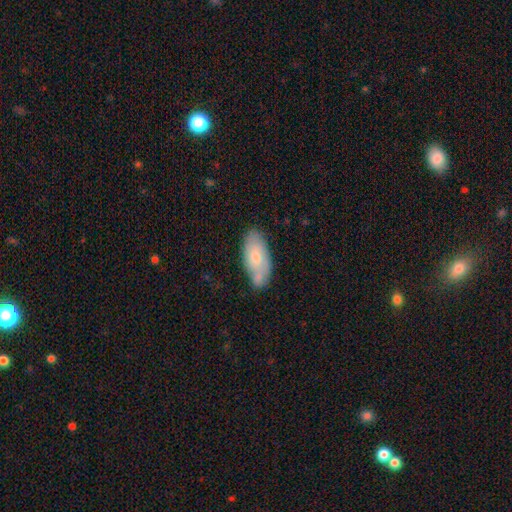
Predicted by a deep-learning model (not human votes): Overall: smooth (63%; featured or disk 31%). How rounded: in between (90%). Merging: none (63%; minor disturbance 25%).